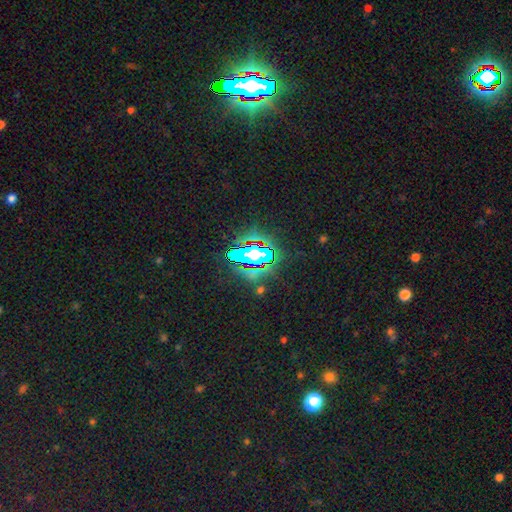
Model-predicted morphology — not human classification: smooth_or_featured: star or artifact (p=0.82) [alt: smooth p=0.10]